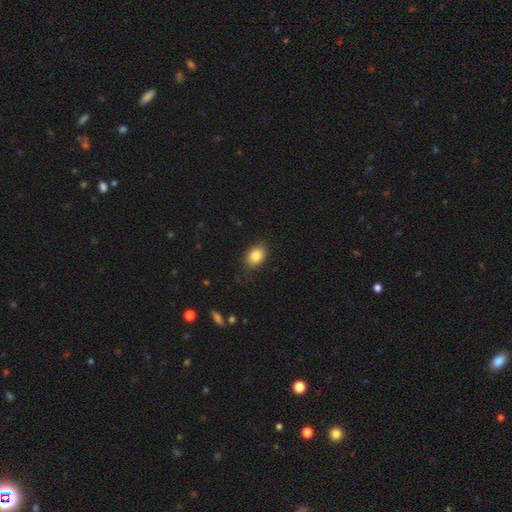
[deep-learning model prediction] smooth 85%, star or artifact 8%, featured or disk 7%. Down the decision tree: how rounded — in between (75%); merging — none (82%).